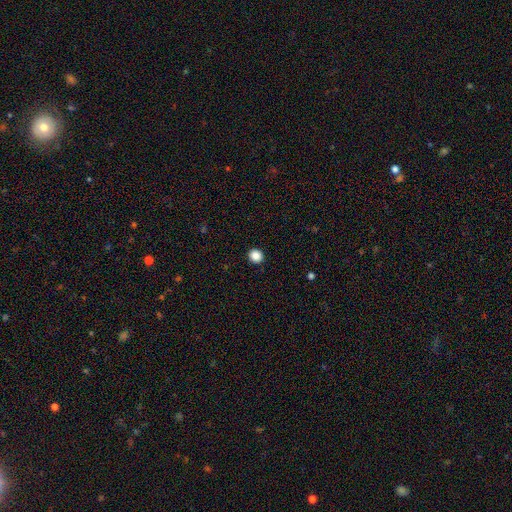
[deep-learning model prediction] Smooth or featured?
  - smooth: 87% *
  - star or artifact: 10%
  - featured or disk: 3%
How rounded?
  - round: 87% *
  - in between: 12%
  - cigar-shaped: 1%
Merging?
  - none: 93% *
  - minor disturbance: 5%
  - major disturbance: 2%
  - merger: 1%